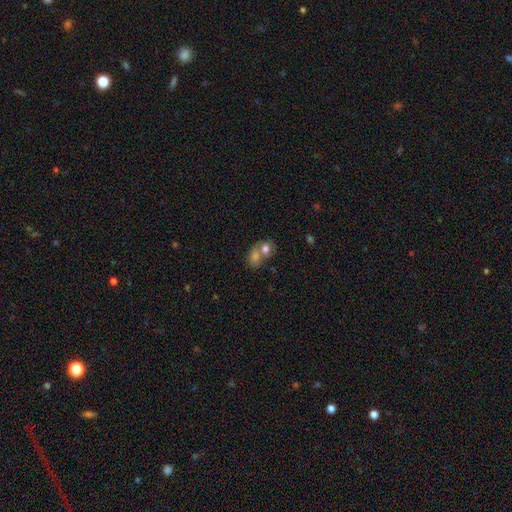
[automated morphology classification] Q: Smooth or featured?
A: smooth (59%); runner-up: featured or disk (26%)
Q: How rounded?
A: in between (58%); runner-up: round (40%)
Q: Merging?
A: merger (58%); runner-up: none (27%)